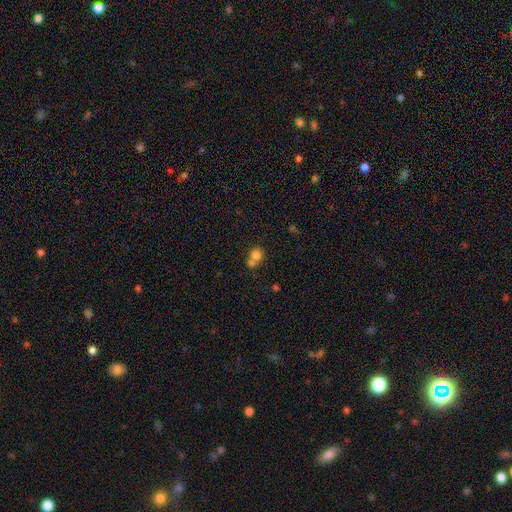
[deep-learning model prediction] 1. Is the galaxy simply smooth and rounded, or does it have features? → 76% smooth, 12% featured or disk, 11% star or artifact.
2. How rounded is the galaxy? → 79% round, 20% in between, 1% cigar-shaped.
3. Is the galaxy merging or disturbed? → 55% merger, 35% none, 7% minor disturbance, 3% major disturbance.